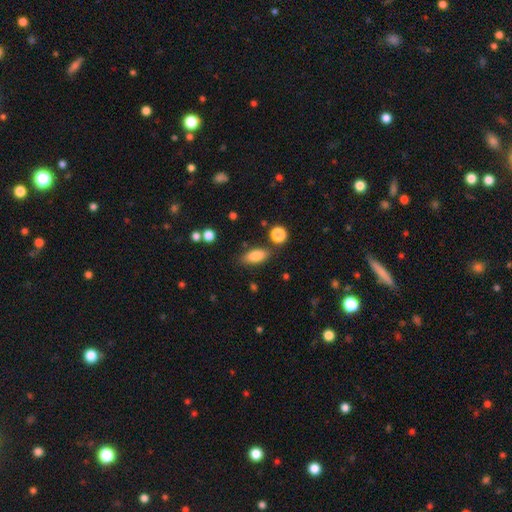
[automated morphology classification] smooth 82%, featured or disk 10%, star or artifact 8%. Down the decision tree: how rounded — in between (80%); merging — none (79%).